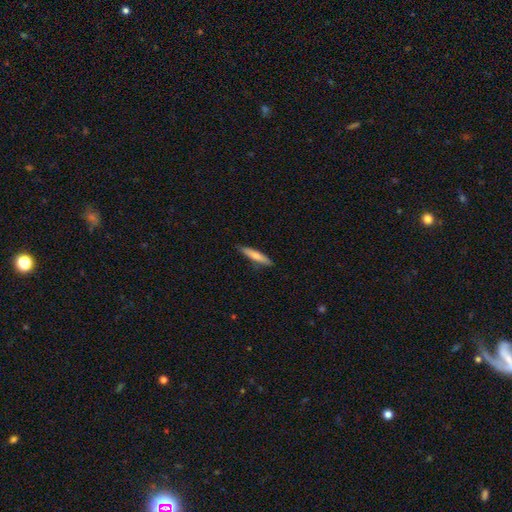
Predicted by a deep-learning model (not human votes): Smooth or featured?
  - smooth: 72% *
  - featured or disk: 23%
  - star or artifact: 6%
How rounded?
  - cigar-shaped: 88% *
  - in between: 10%
  - round: 1%
Merging?
  - none: 87% *
  - minor disturbance: 10%
  - major disturbance: 2%
  - merger: 1%